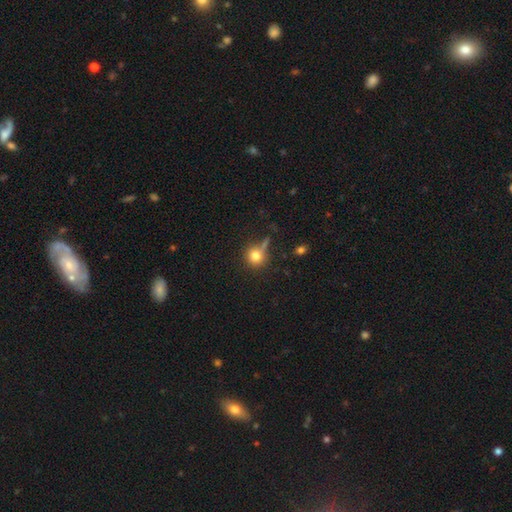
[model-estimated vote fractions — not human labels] A smooth galaxy with no disk features (78%) that is round (90%). Merging: none (62%).